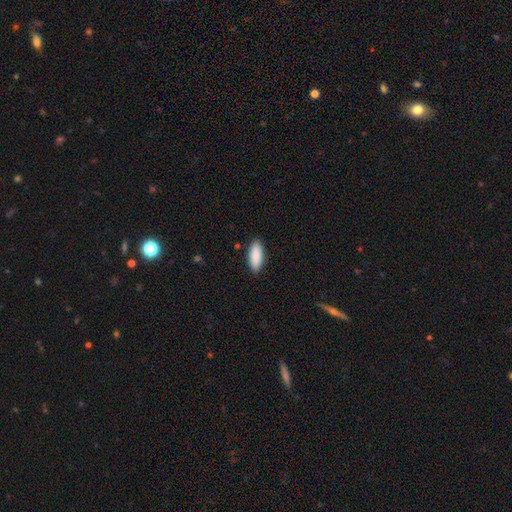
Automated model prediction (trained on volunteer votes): Q: Smooth or featured?
A: smooth (90%); runner-up: star or artifact (6%)
Q: How rounded?
A: in between (77%); runner-up: cigar-shaped (21%)
Q: Merging?
A: none (88%); runner-up: minor disturbance (9%)